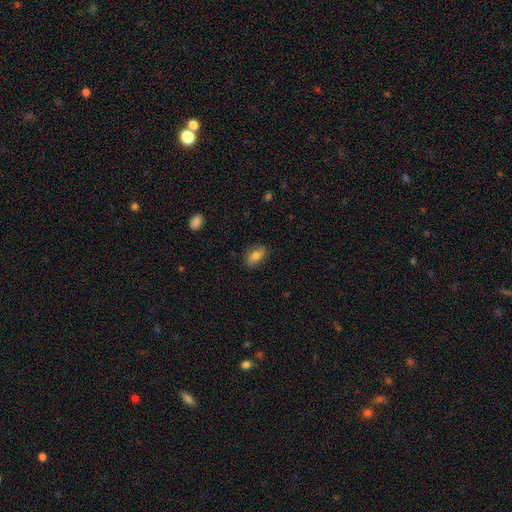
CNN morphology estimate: The model was most divided on "smooth or featured": smooth: 80%, featured or disk: 12%, star or artifact: 8%. More confident: how rounded — in between (87%); merging — none (82%).